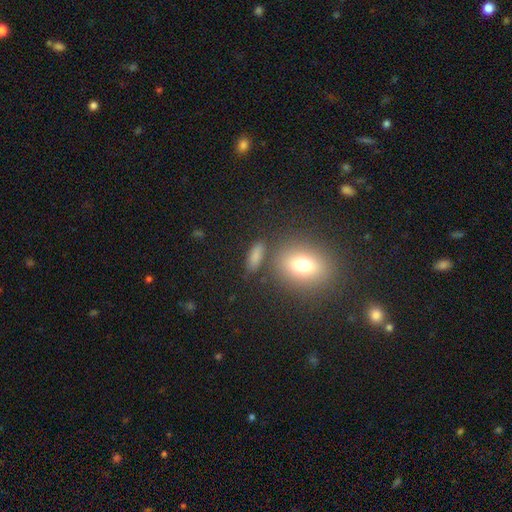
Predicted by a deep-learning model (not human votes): This is likely a smooth galaxy (79%). How rounded: likely in between (67%). Merging: likely none (74%).